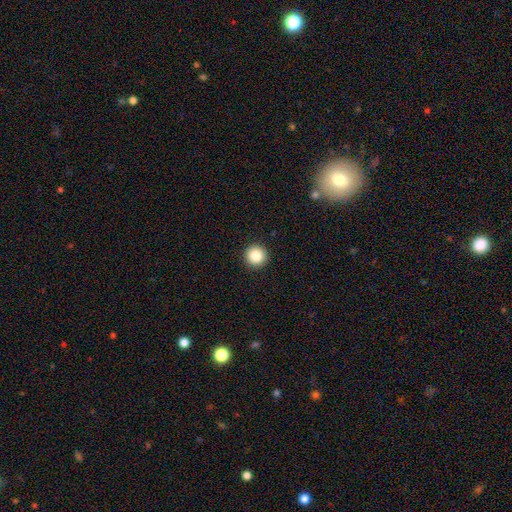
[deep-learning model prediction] smooth 86%, star or artifact 10%, featured or disk 4%. Down the decision tree: how rounded — round (96%); merging — none (93%).